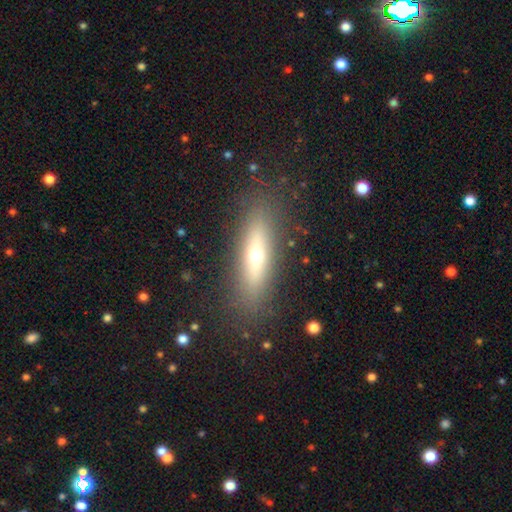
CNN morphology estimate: Q: Smooth or featured?
A: smooth (51%); runner-up: featured or disk (39%)
Q: How rounded?
A: cigar-shaped (71%); runner-up: in between (27%)
Q: Merging?
A: none (86%); runner-up: minor disturbance (9%)